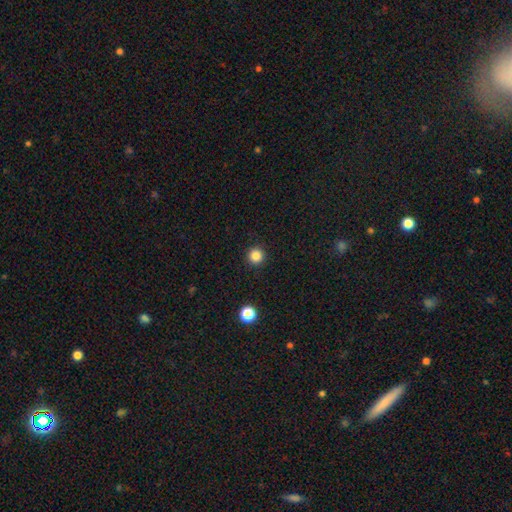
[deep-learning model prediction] A smooth galaxy with no disk features (84%) that is round (96%). Merging: none (93%).